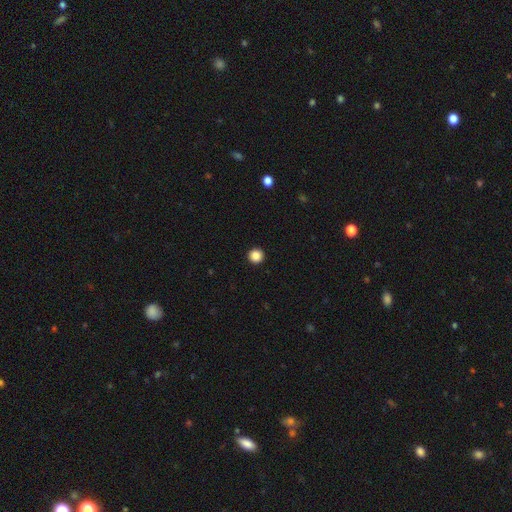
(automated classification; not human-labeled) A smooth galaxy with no disk features (87%) that is round (96%). Merging: none (94%).